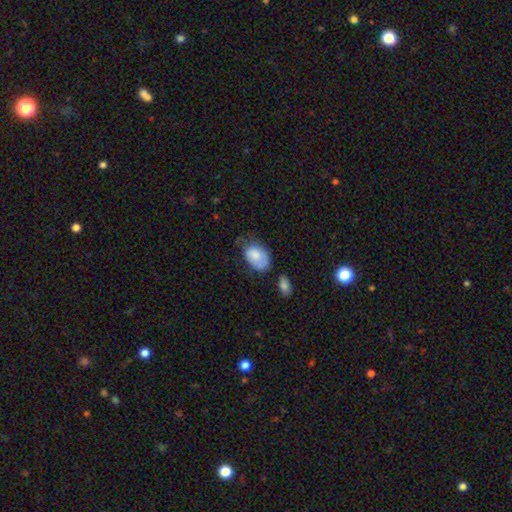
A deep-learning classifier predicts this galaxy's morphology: A smooth galaxy with no disk features (74%) that is in between round and cigar-shaped (81%). Merging: none (35%, tied with minor disturbance).